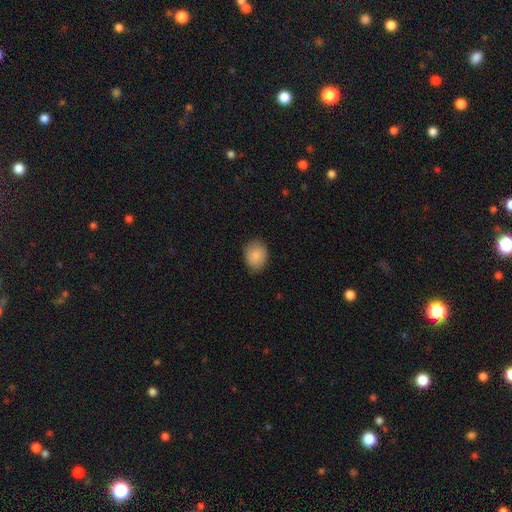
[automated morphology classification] smooth 87%, star or artifact 7%, featured or disk 6%. Down the decision tree: how rounded — in between (50%); merging — none (80%).